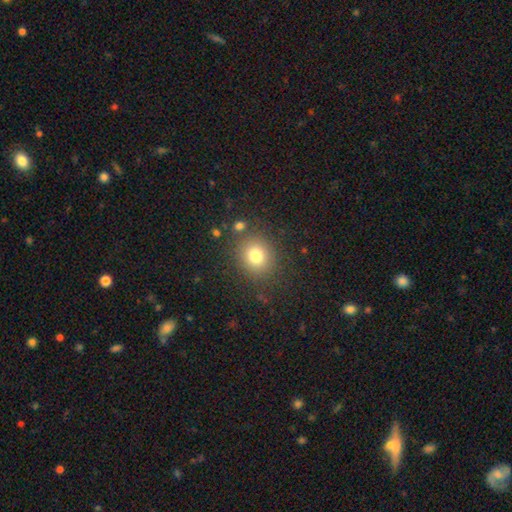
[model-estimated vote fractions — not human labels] Smooth or featured: smooth — 78% (star or artifact — 13%)
How rounded: round — 79% (in between — 20%)
Merging: none — 84% (minor disturbance — 9%)